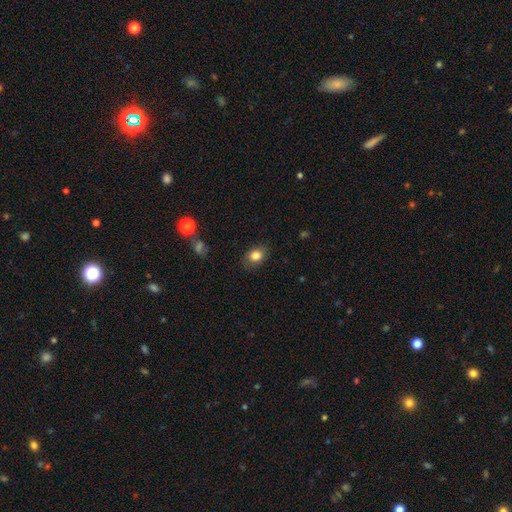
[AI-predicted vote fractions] This appears to be a smooth galaxy with no disk features (82%) that is in between round and cigar-shaped (61%). Merging: none (81%).